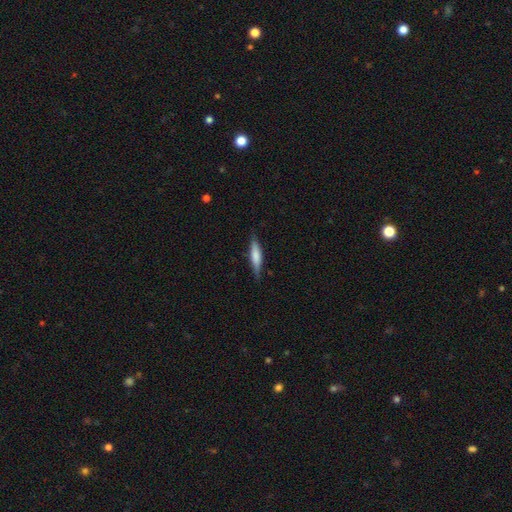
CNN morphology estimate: This is likely a smooth galaxy (62%). How rounded: clearly cigar-shaped (81%). Merging: clearly none (84%).